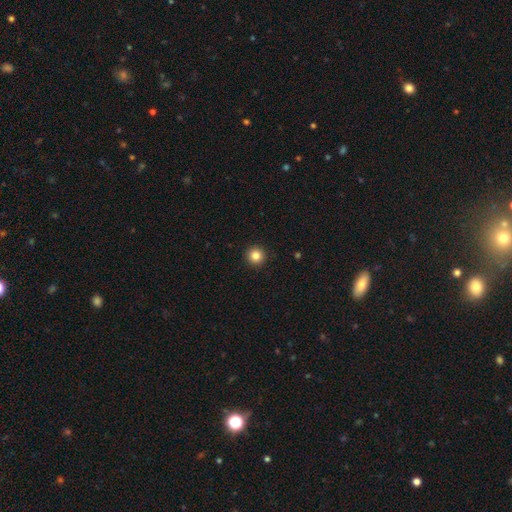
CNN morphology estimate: Q: Smooth or featured?
A: smooth (85%); runner-up: star or artifact (11%)
Q: How rounded?
A: round (96%); runner-up: in between (4%)
Q: Merging?
A: none (93%); runner-up: minor disturbance (4%)